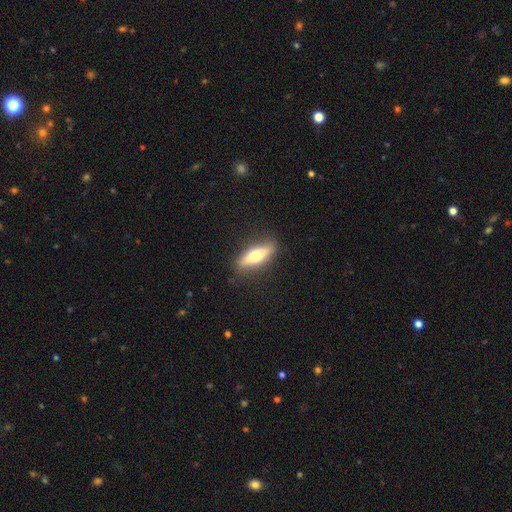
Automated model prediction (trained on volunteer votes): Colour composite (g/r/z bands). It shows a smooth galaxy with no disk features (58%) that is in between round and cigar-shaped (51%). Merging: none (85%).